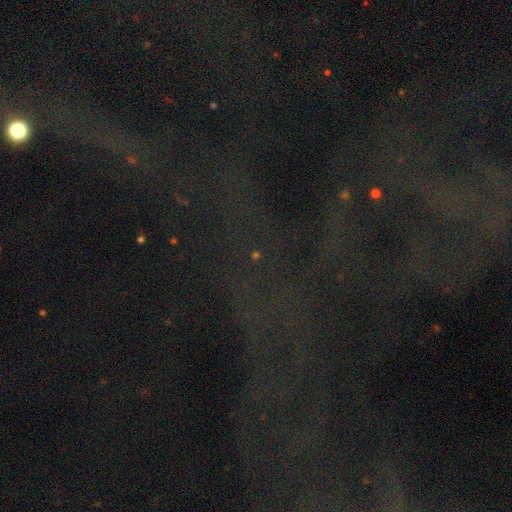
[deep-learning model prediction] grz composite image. It shows a star or artifact, not a galaxy (76%).